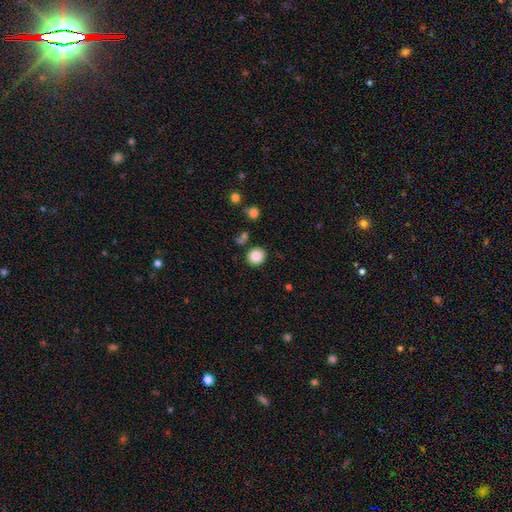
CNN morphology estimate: A smooth galaxy with no disk features (86%) that is round (88%).

Vote fractions:
- Smooth or featured? smooth: 86% / star or artifact: 10% / featured or disk: 4%
- How rounded? round: 88% / in between: 11% / cigar-shaped: 1%
- Merging? none: 86% / minor disturbance: 8% / merger: 4% / major disturbance: 3%